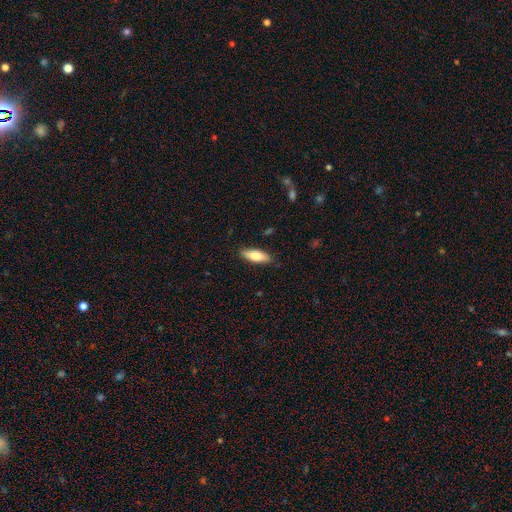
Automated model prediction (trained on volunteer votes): The model was most divided on "how rounded": in between: 66%, cigar-shaped: 32%, round: 2%. More confident: merging — none (86%); smooth or featured — smooth (68%).